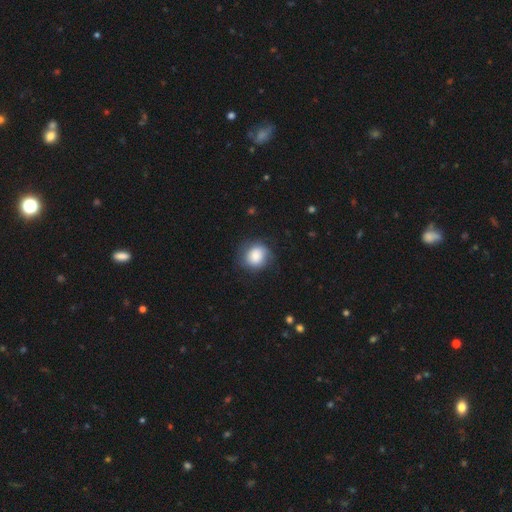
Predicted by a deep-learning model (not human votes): Smooth or featured? Predicted: smooth (p=0.83). How rounded? Predicted: round (p=0.77). Merging? Predicted: none (p=0.76).